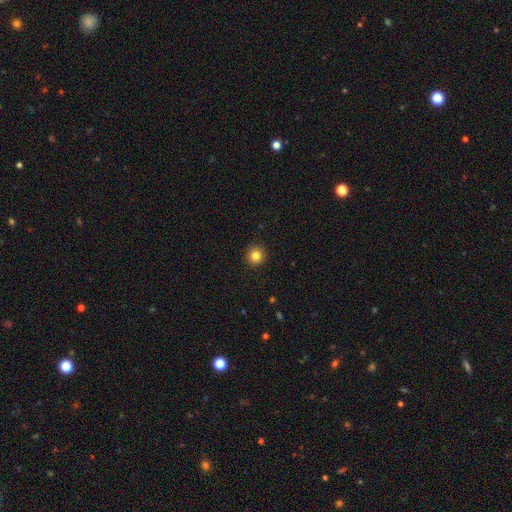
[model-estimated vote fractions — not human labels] The model was most divided on "smooth or featured": smooth: 83%, star or artifact: 11%, featured or disk: 5%. More confident: how rounded — round (95%); merging — none (92%).